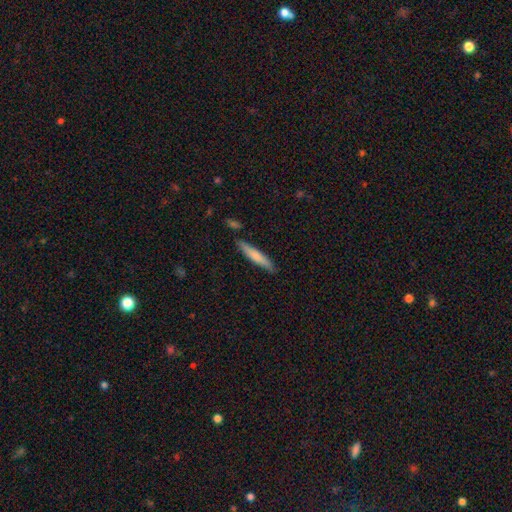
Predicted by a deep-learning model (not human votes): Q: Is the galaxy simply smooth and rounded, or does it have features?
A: smooth — 69%.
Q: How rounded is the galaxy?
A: cigar-shaped — 91%.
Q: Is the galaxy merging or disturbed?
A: none — 83%.